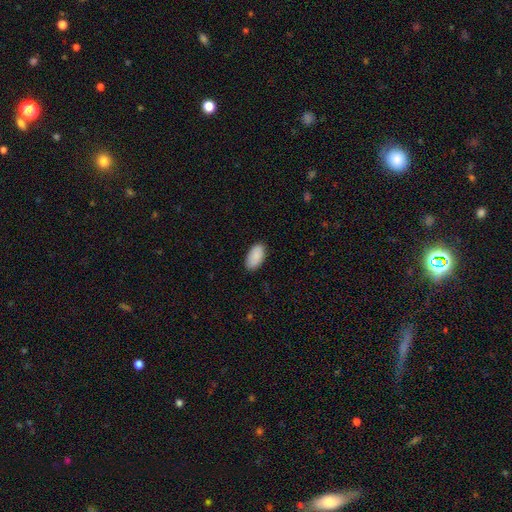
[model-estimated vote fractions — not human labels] smooth-or-featured: smooth: 90% | star or artifact: 6% | featured or disk: 4%
  how-rounded: in between: 95% | round: 2% | cigar-shaped: 2%
  merging: none: 87% | minor disturbance: 10% | major disturbance: 2% | merger: 1%